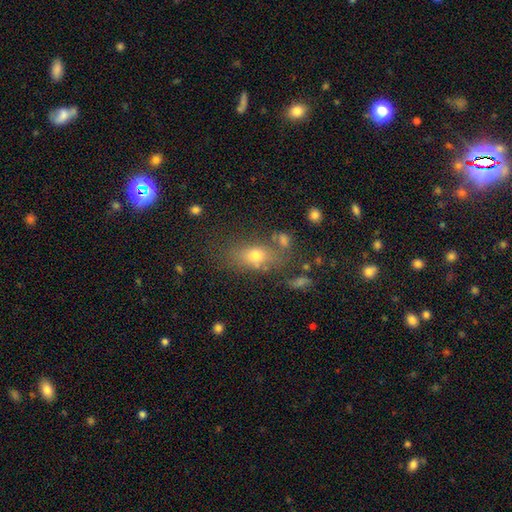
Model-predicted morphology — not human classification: Q: Smooth or featured?
A: smooth (70%); runner-up: featured or disk (17%)
Q: How rounded?
A: in between (74%); runner-up: round (19%)
Q: Merging?
A: none (61%); runner-up: minor disturbance (18%)